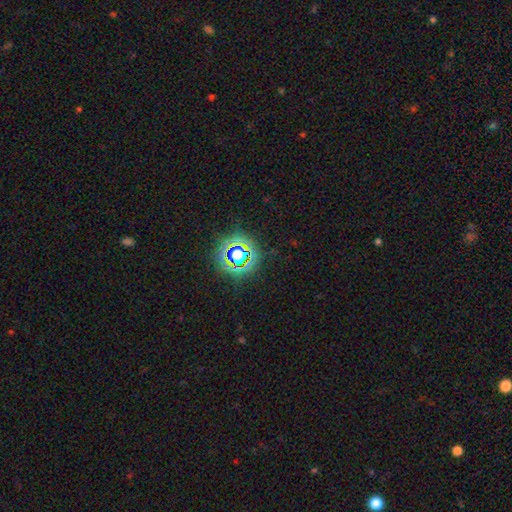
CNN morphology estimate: The model was most divided on "smooth or featured": star or artifact: 76%, smooth: 15%, featured or disk: 8%.